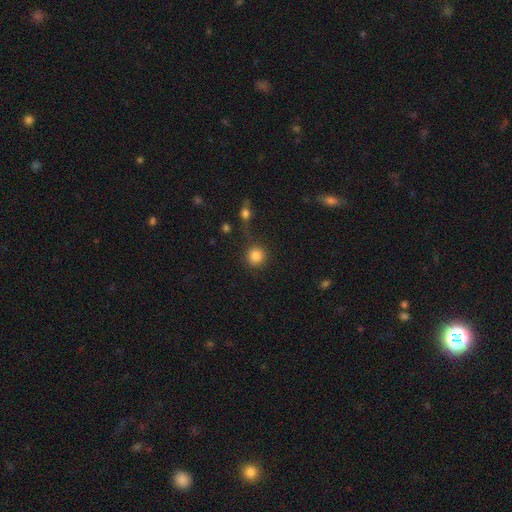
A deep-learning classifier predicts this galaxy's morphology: A smooth galaxy with no disk features (84%) that is round (92%).

Vote fractions:
- Smooth or featured? smooth: 84% / star or artifact: 10% / featured or disk: 5%
- How rounded? round: 92% / in between: 6% / cigar-shaped: 1%
- Merging? none: 77% / minor disturbance: 10% / merger: 7% / major disturbance: 5%